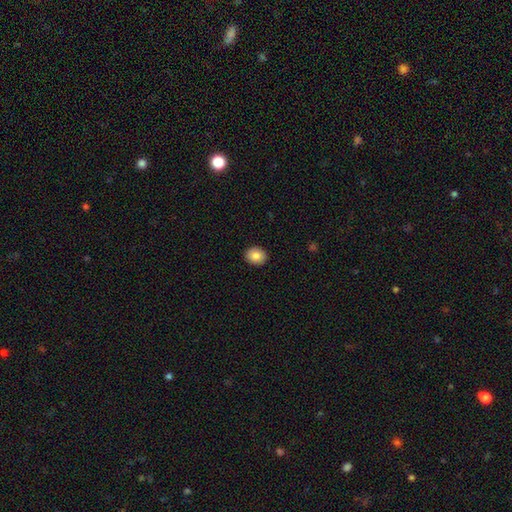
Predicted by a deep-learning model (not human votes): smooth 85%, star or artifact 8%, featured or disk 7%. Down the decision tree: how rounded — round (61%); merging — none (91%).